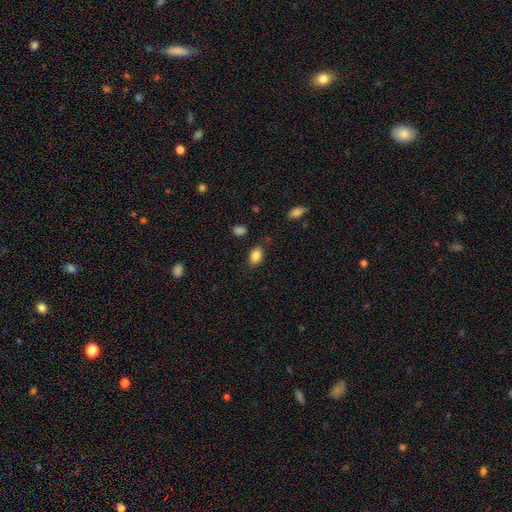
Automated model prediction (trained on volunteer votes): This appears to be a smooth galaxy with no disk features (85%) that is in between round and cigar-shaped (84%). Merging: none (80%).